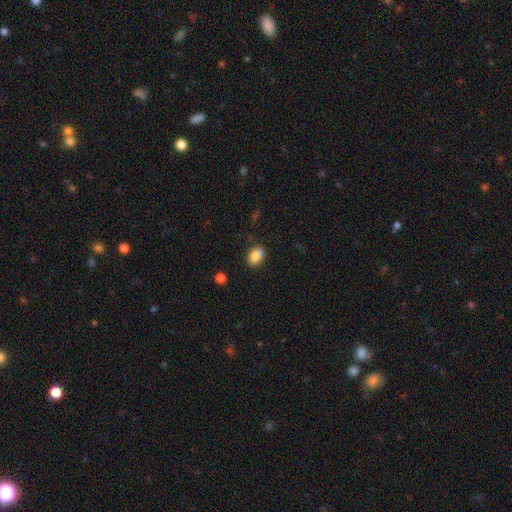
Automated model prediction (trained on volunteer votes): Smooth or featured? smooth (88%)
How rounded? in between (75%)
Merging? none (82%)